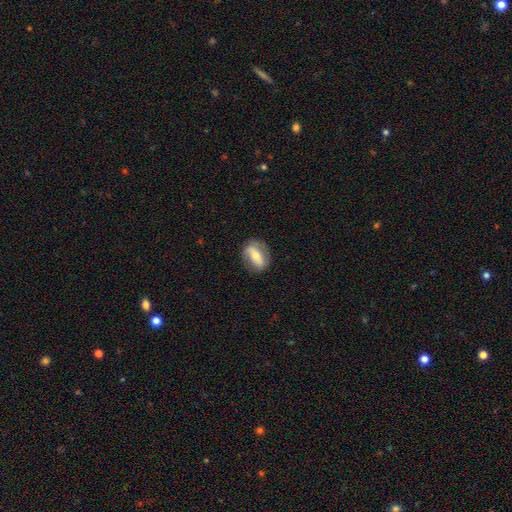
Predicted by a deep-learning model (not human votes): This appears to be a featured or disk galaxy (51%). Merging: none (80%).